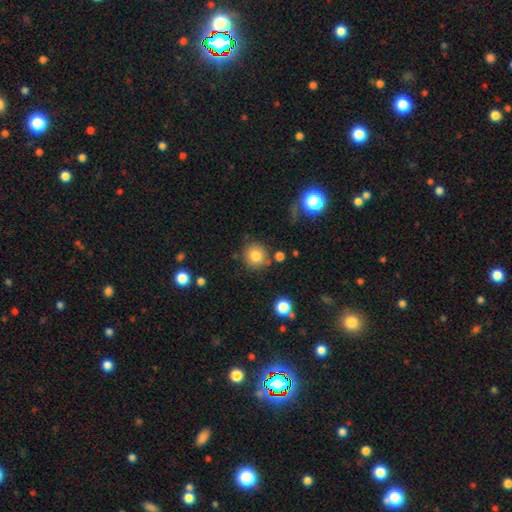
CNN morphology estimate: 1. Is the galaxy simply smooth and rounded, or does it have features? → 81% smooth, 11% star or artifact, 8% featured or disk.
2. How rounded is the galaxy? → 90% round, 9% in between, 1% cigar-shaped.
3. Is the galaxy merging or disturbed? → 81% none, 10% minor disturbance, 6% merger, 4% major disturbance.